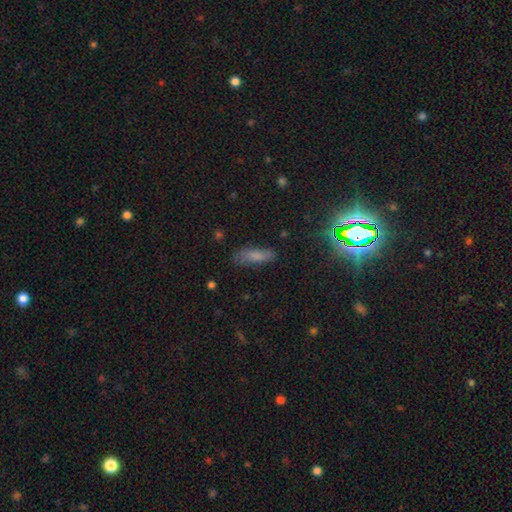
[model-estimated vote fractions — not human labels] Smooth or featured: smooth — 70% (star or artifact — 15%)
How rounded: in between — 57% (cigar-shaped — 40%)
Merging: none — 73% (minor disturbance — 19%)